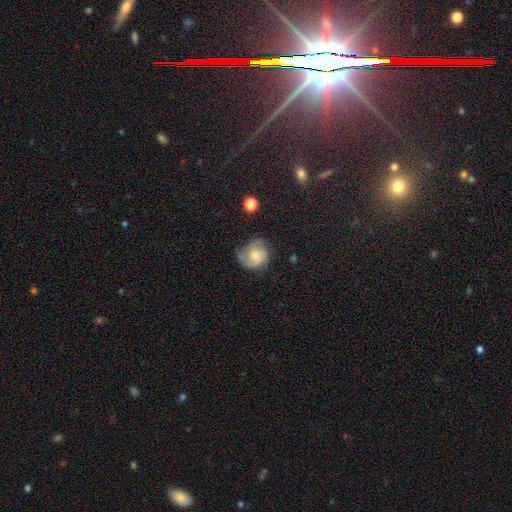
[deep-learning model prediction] A featured or disk galaxy (57%) with no bar (74%), spiral arms (90%) and a moderate central bulge (41%, tied with small).

Vote fractions:
- Smooth or featured? featured or disk: 57% / smooth: 35% / star or artifact: 8%
- Edge-on disk? no: 98% / yes: 2%
- Bar? no: 74% / weak: 23% / strong: 3%
- Spiral arms? yes: 90% / no: 10%
- Bulge size? moderate: 41% (tied) / small: 41% (tied) / none: 9% / large: 7% / dominant: 2%
- Merging? none: 53% / minor disturbance: 28% / major disturbance: 17% / merger: 2%